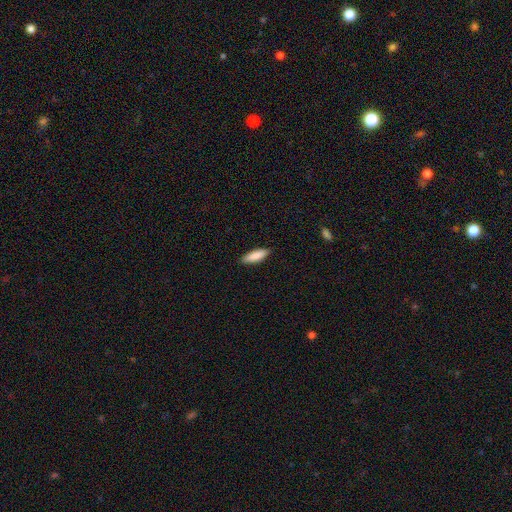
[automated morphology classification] Smooth or featured? smooth (87%)
How rounded? in between (51%)
Merging? none (89%)